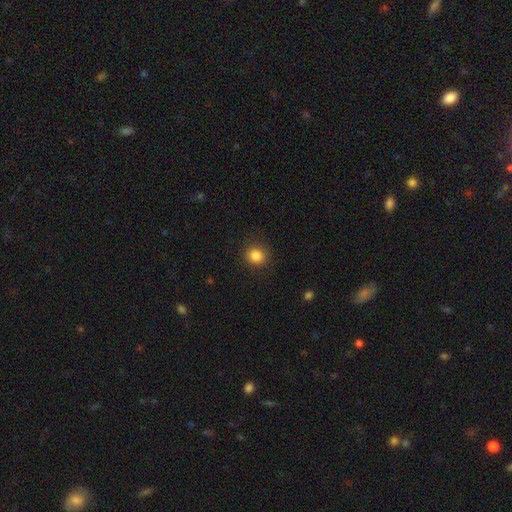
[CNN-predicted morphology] A smooth galaxy with no disk features (85%) that is round (83%). Merging: none (89%).